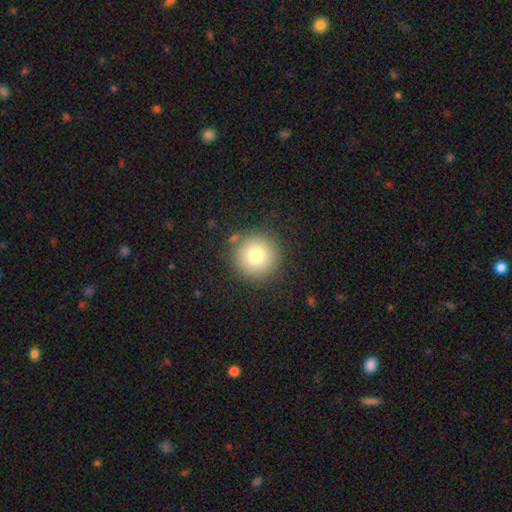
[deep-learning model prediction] Smooth or featured: smooth — 78% (featured or disk — 11%)
How rounded: round — 96% (in between — 3%)
Merging: none — 86% (minor disturbance — 8%)